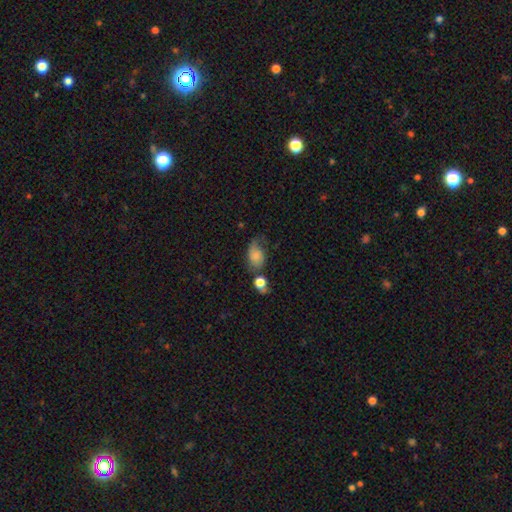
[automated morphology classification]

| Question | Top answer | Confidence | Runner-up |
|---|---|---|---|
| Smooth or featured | smooth | 71% | featured or disk (18%) |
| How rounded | in between | 80% | round (18%) |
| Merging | none | 38% | minor disturbance (33%) |